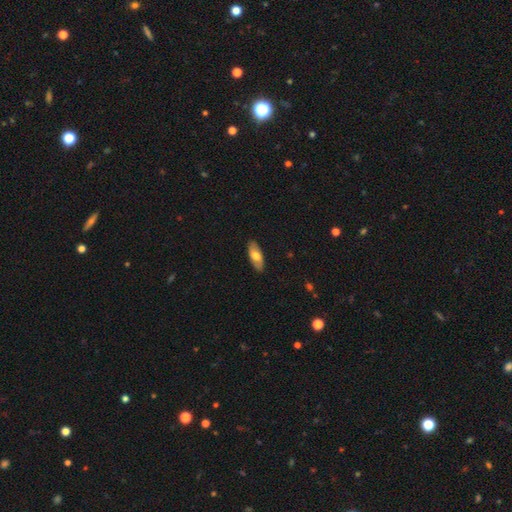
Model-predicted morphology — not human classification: Smooth or featured? Predicted: smooth (p=0.68). How rounded? Predicted: in between (p=0.81). Merging? Predicted: none (p=0.88).